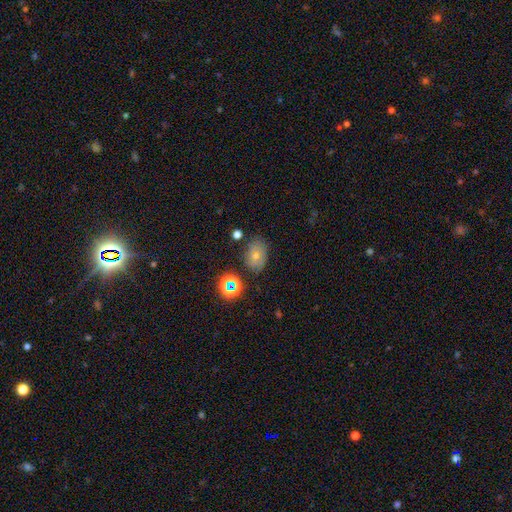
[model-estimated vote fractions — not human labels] A smooth galaxy with no disk features (54%) that is in between round and cigar-shaped (69%). Merging: none (74%).